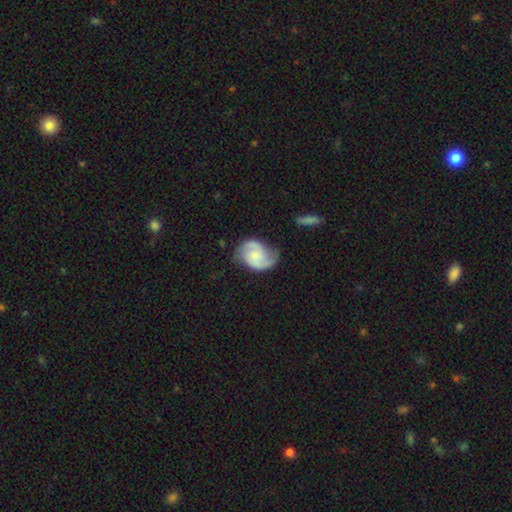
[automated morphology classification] A featured or disk galaxy (80%) with no bar (60%), 2 (90%) medium (50%) spiral arms (96%) and a small central bulge (45%). Merging: none (67%).